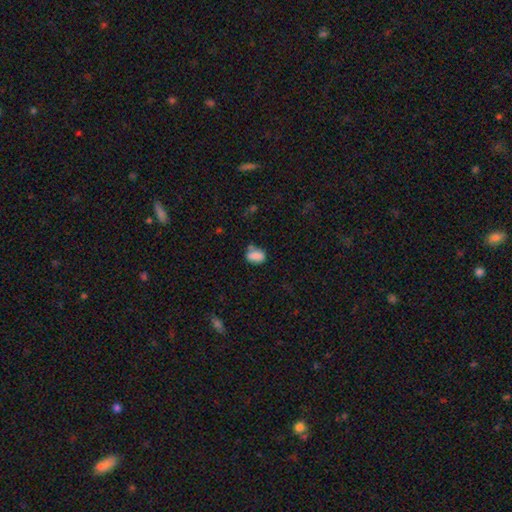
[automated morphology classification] smooth 81%, featured or disk 10%, star or artifact 9%. Down the decision tree: how rounded — in between (76%); merging — none (60%).